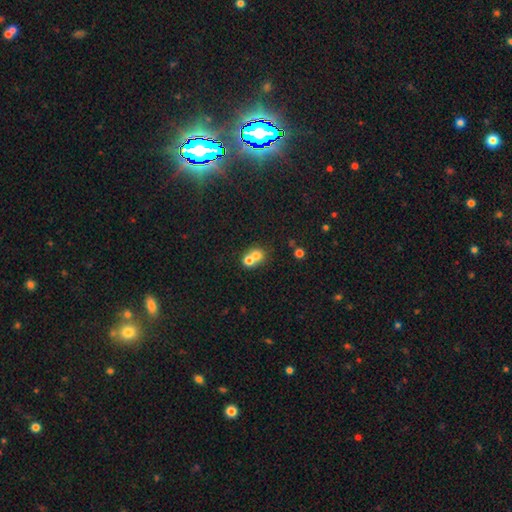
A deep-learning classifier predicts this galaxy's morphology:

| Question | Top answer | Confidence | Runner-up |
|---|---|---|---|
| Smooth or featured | smooth | 72% | featured or disk (16%) |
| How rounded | round | 74% | in between (25%) |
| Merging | merger | 62% | none (31%) |